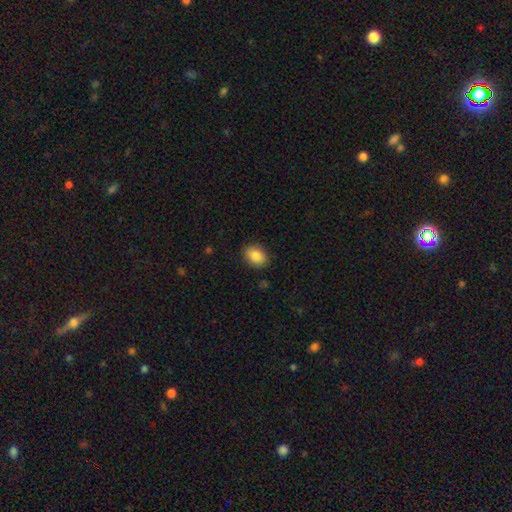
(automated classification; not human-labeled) smooth 86%, star or artifact 8%, featured or disk 6%. Down the decision tree: how rounded — in between (67%); merging — none (89%).